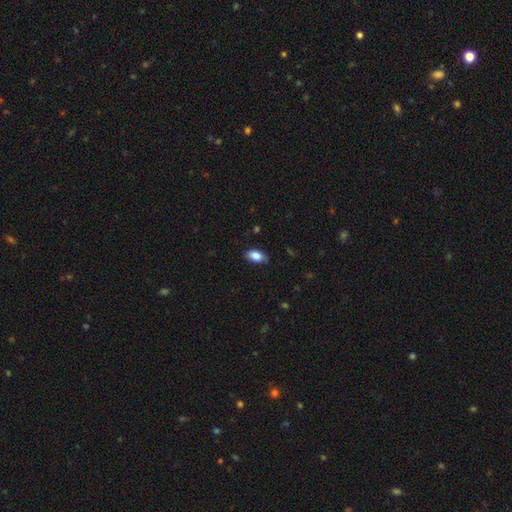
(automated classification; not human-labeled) This appears to be a smooth galaxy with no disk features (85%) that is in between round and cigar-shaped (91%). Merging: none (78%).